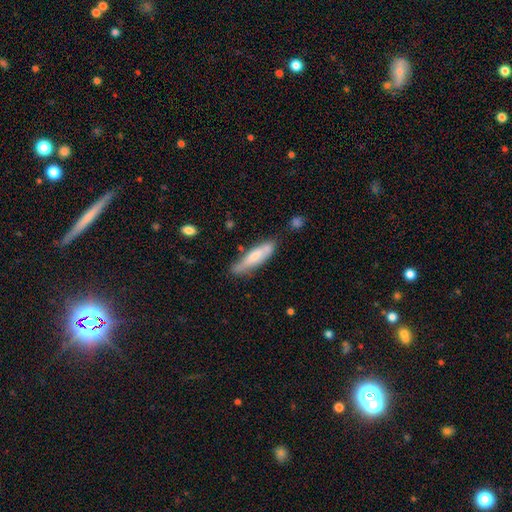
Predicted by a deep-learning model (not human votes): Overall: smooth (63%; featured or disk 31%). How rounded: cigar-shaped (69%). Merging: none (64%; minor disturbance 25%).